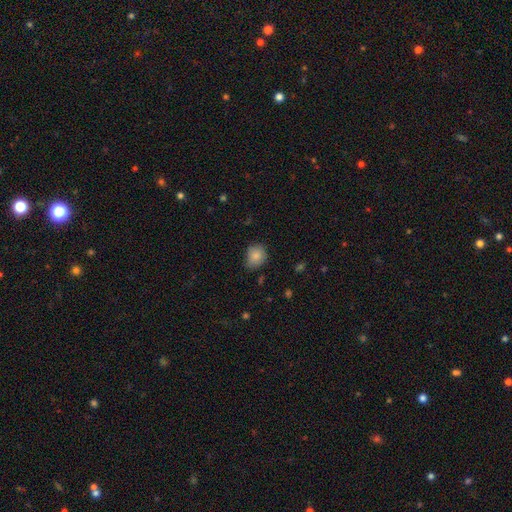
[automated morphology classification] Overall: smooth (84%). How rounded: round (66%; in between 33%). Merging: none (69%).